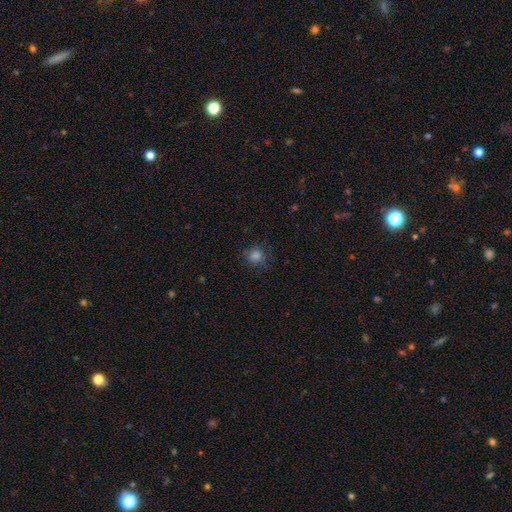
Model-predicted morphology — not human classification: type=smooth (78%); roundness=round (89%); merging=none (79%).